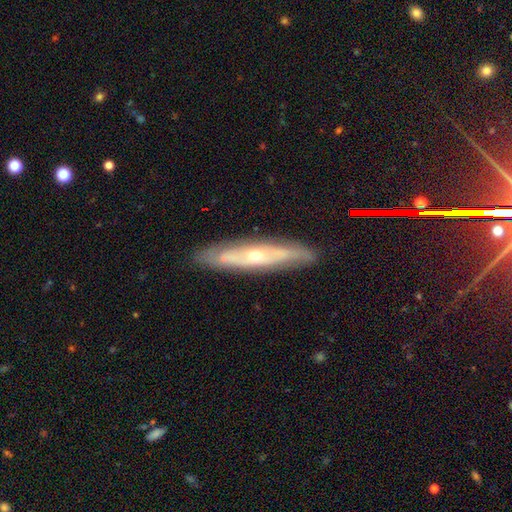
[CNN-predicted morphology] The model was most divided on "edge-on disk": yes: 52%, no: 48%. More confident: merging — none (86%); smooth or featured — featured or disk (71%).